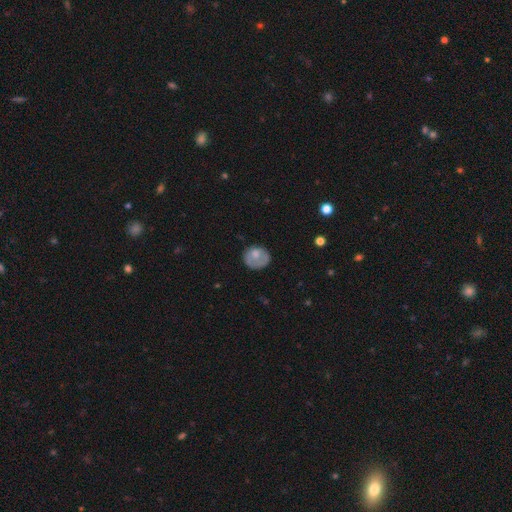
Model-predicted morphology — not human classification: smooth_or_featured: smooth (p=0.64) [alt: featured or disk p=0.29]
how_rounded: round (p=0.73) [alt: in between p=0.26]
merging: none (p=0.59) [alt: minor disturbance p=0.25]